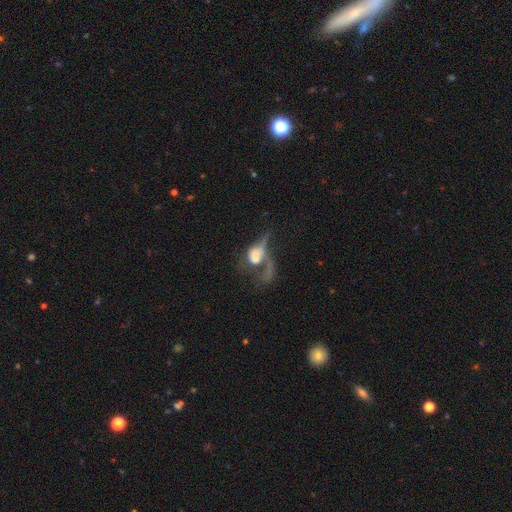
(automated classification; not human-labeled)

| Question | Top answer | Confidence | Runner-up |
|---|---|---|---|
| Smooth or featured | featured or disk | 49% | smooth (39%) |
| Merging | major disturbance | 55% | merger (21%) |